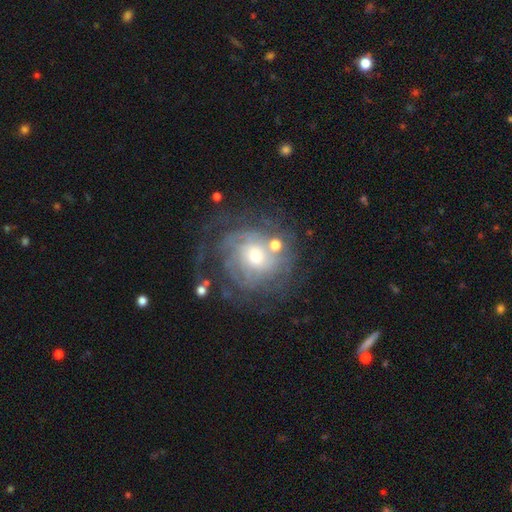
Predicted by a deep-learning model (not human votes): Overall: featured or disk (78%). Edge-on disk: no (97%). Bar: no (68%). Spiral arms: yes (87%). Spiral arm count: can't tell (49%; 2 14%). Spiral winding: tight (68%). Bulge size: moderate (56%; small 34%). Merging: none (62%).